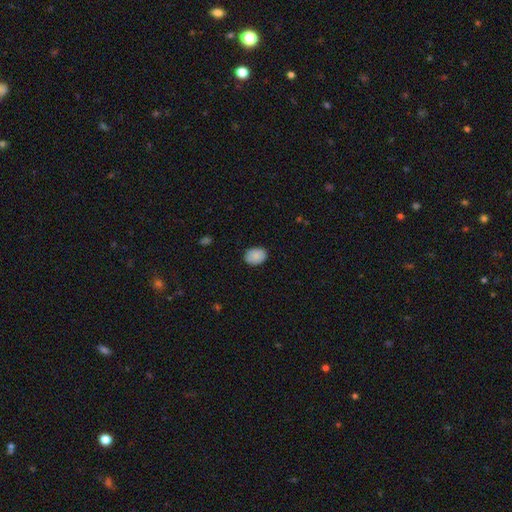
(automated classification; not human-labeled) This is clearly a smooth galaxy (86%). How rounded: likely in between (64%). Merging: clearly none (82%).